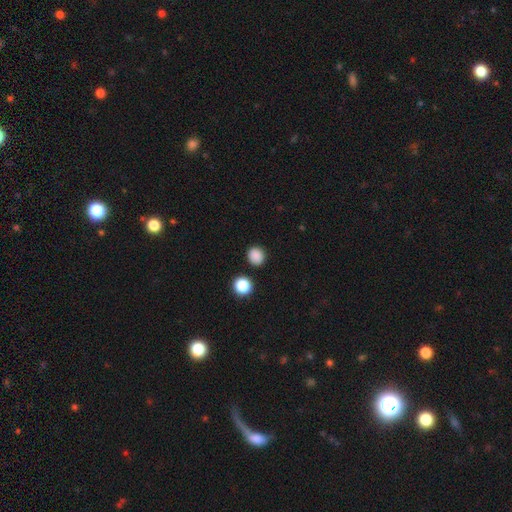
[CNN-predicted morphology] smooth 86%, star or artifact 11%, featured or disk 3%. Down the decision tree: how rounded — round (89%); merging — none (89%).